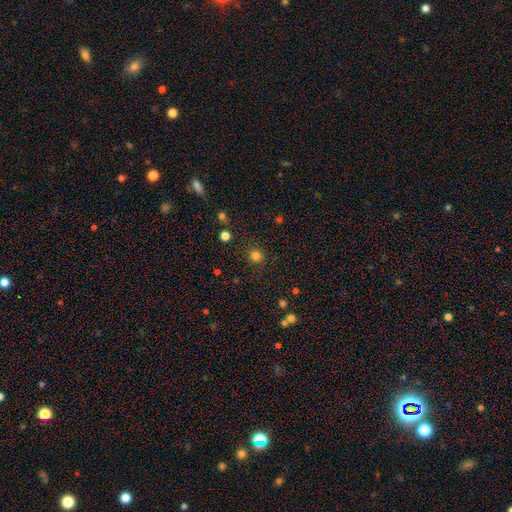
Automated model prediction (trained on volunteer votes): A smooth galaxy with no disk features (81%) that is round (88%).

Vote fractions:
- Smooth or featured? smooth: 81% / star or artifact: 14% / featured or disk: 5%
- How rounded? round: 88% / in between: 11% / cigar-shaped: 1%
- Merging? none: 88% / minor disturbance: 7% / major disturbance: 3% / merger: 2%